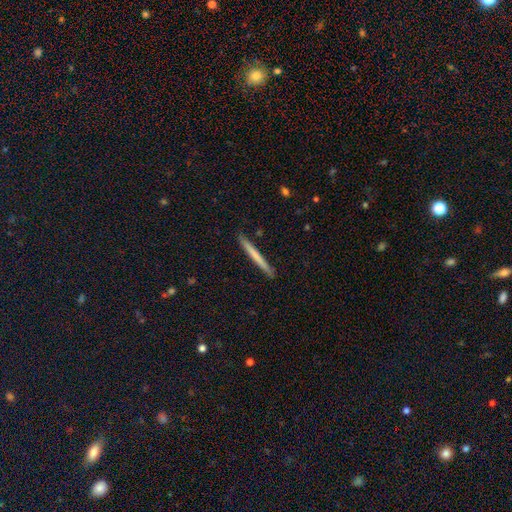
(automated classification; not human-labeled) smooth_or_featured: smooth (p=0.61) [alt: featured or disk p=0.34]
how_rounded: cigar-shaped (p=0.97) [alt: in between p=0.02]
merging: none (p=0.91) [alt: minor disturbance p=0.07]